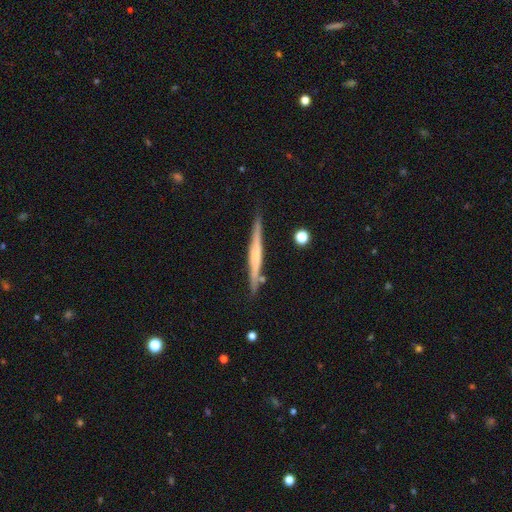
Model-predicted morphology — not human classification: Smooth or featured: featured or disk — 64% (smooth — 30%)
Edge-on disk: yes — 97% (no — 3%)
Edge-on bulge: none — 42% (rounded — 40%)
Merging: none — 85% (minor disturbance — 11%)